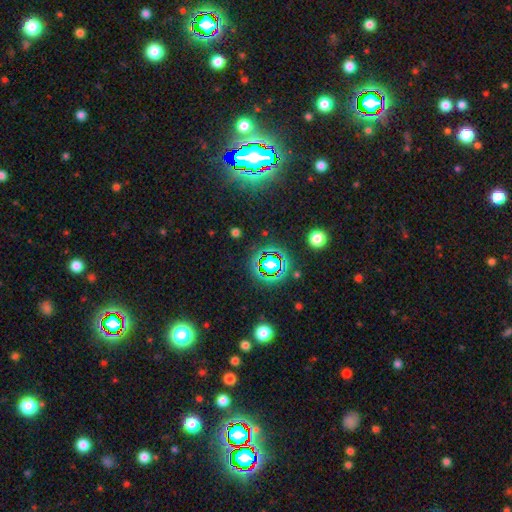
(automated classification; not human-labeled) This appears to be a star or artifact, not a galaxy (80%).